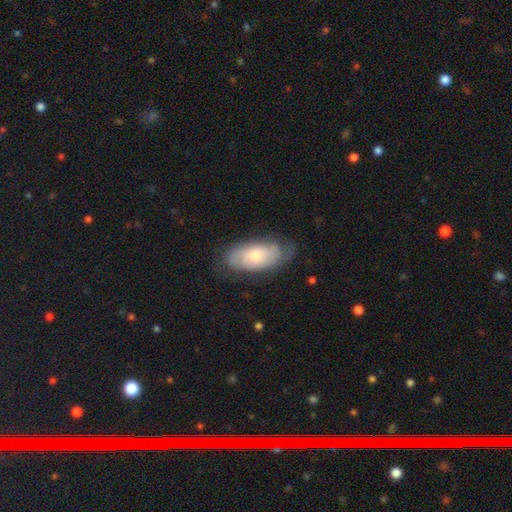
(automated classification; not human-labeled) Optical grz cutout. It shows a featured or disk galaxy (55%) with no bar (75%), spiral arms (84%) and a moderate central bulge (49%). Merging: none (66%).